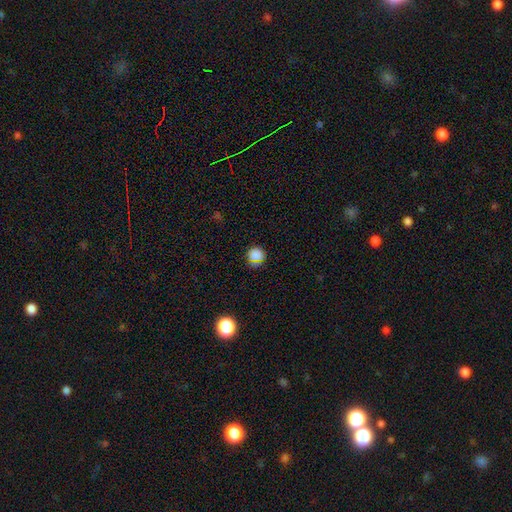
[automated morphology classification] smooth-or-featured: smooth: 74% | star or artifact: 21% | featured or disk: 5%
  how-rounded: round: 93% | in between: 6% | cigar-shaped: 1%
  merging: none: 84% | minor disturbance: 10% | major disturbance: 3% | merger: 3%